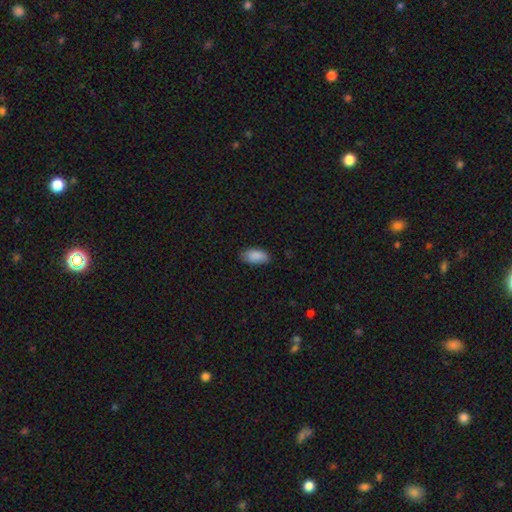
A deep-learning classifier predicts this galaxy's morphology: This is clearly a smooth galaxy (89%). How rounded: clearly in between (93%). Merging: clearly none (81%).